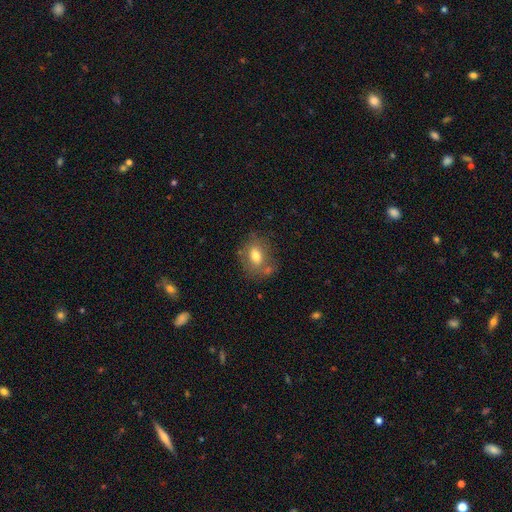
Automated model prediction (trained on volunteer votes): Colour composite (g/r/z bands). It shows a smooth galaxy with no disk features (72%) that is in between round and cigar-shaped (65%). Merging: none (64%).